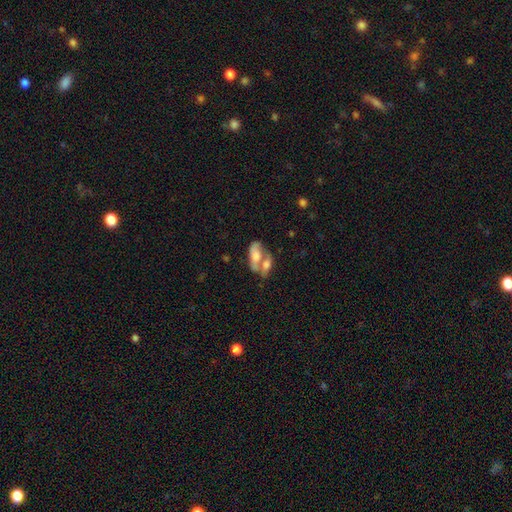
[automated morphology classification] The model was most divided on "smooth or featured": smooth: 55%, featured or disk: 37%, star or artifact: 8%. More confident: how rounded — in between (86%); merging — merger (65%).